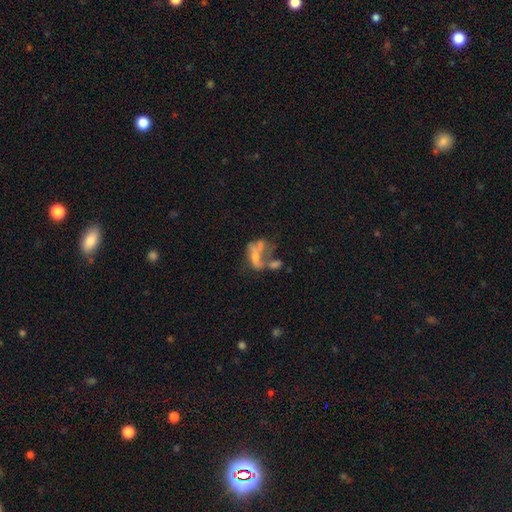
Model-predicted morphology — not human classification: Q: Smooth or featured?
A: featured or disk (57%); runner-up: smooth (27%)
Q: Edge-on disk?
A: no (94%); runner-up: yes (6%)
Q: Bar?
A: no (73%); runner-up: weak (19%)
Q: Spiral arms?
A: no (71%); runner-up: yes (29%)
Q: Bulge size?
A: small (39%); runner-up: moderate (33%)
Q: Merging?
A: merger (42%); runner-up: major disturbance (27%)